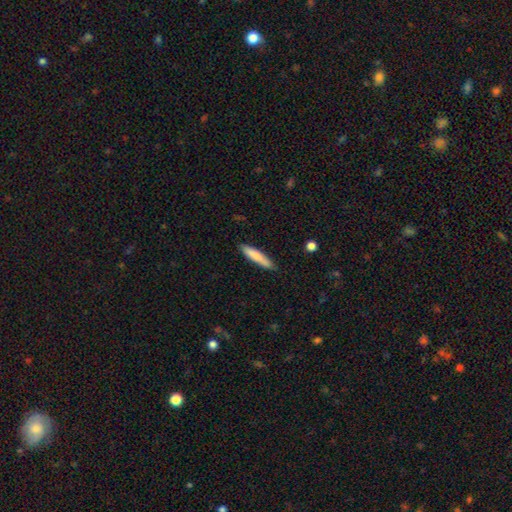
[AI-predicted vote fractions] Smooth or featured: smooth — 80% (featured or disk — 14%)
How rounded: cigar-shaped — 84% (in between — 15%)
Merging: none — 85% (minor disturbance — 12%)